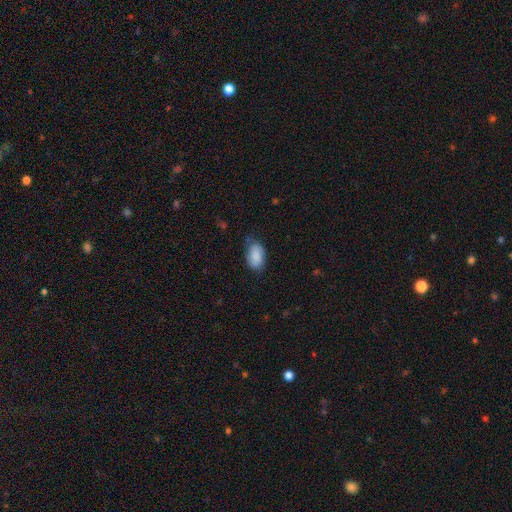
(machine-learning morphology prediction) The model was most divided on "merging": none: 69%, minor disturbance: 24%, major disturbance: 5%, merger: 1%. More confident: how rounded — in between (92%); smooth or featured — smooth (88%).